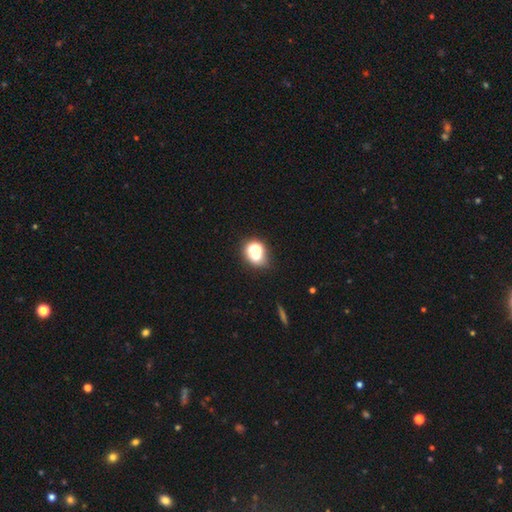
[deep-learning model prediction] Smooth or featured: smooth — 58% (star or artifact — 32%)
How rounded: round — 58% (in between — 40%)
Merging: none — 67% (minor disturbance — 16%)